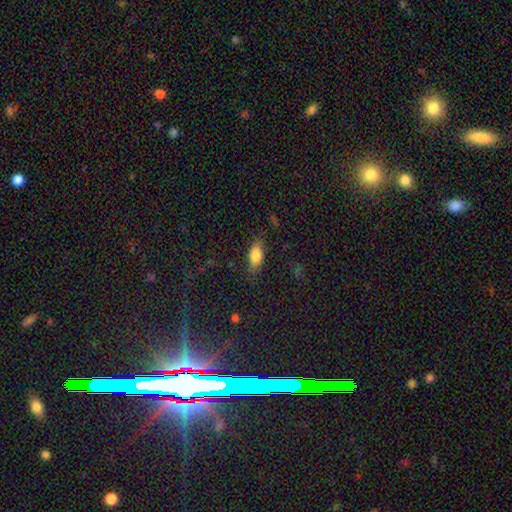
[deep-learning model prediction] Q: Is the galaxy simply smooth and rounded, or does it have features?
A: smooth — 80%.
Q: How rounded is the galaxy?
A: in between — 86%.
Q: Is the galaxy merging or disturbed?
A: none — 80%.